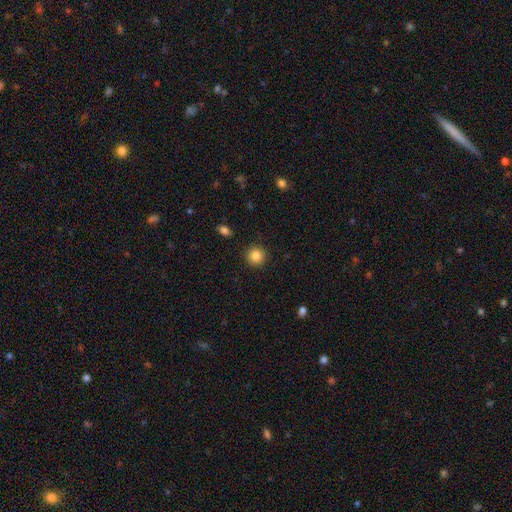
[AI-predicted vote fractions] Overall: smooth (85%). How rounded: round (94%). Merging: none (92%).